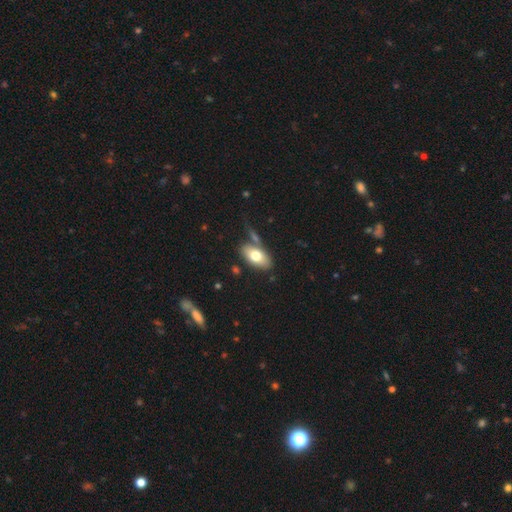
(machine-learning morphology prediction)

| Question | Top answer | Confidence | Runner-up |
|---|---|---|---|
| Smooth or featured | smooth | 73% | featured or disk (21%) |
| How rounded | in between | 91% | cigar-shaped (4%) |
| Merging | none | 68% | minor disturbance (14%) |